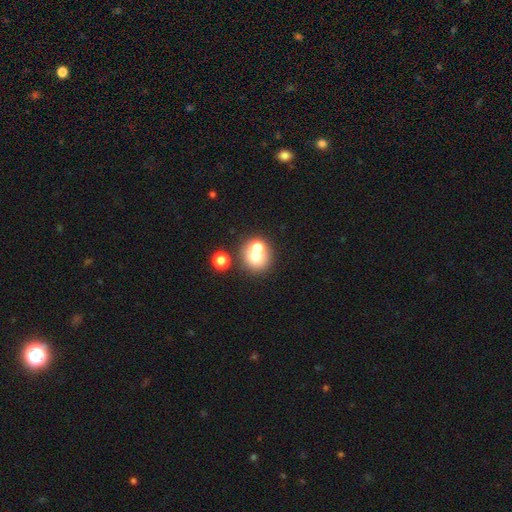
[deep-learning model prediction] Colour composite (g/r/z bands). It shows a smooth galaxy with no disk features (67%) that is round (84%). Merging: none (48%).